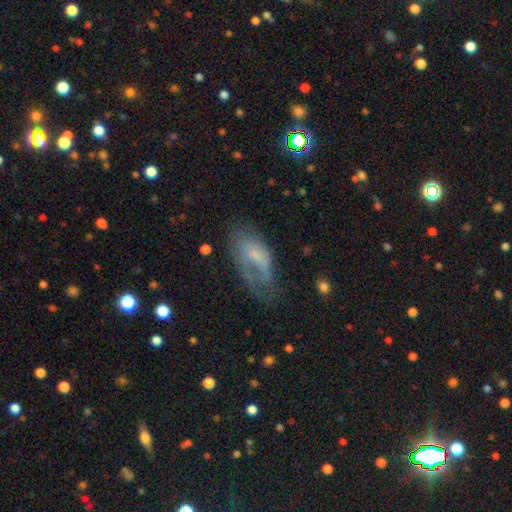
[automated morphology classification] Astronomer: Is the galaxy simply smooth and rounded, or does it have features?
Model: featured or disk — 49% (runner-up: smooth, 43%).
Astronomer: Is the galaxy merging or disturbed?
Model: major disturbance — 36%, tied with none at 36%.